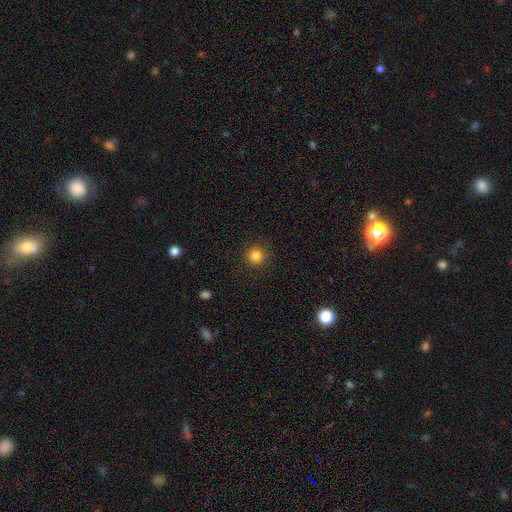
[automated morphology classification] Smooth or featured?
  - smooth: 84% *
  - star or artifact: 12%
  - featured or disk: 4%
How rounded?
  - round: 95% *
  - in between: 5%
  - cigar-shaped: 1%
Merging?
  - none: 91% *
  - minor disturbance: 6%
  - major disturbance: 2%
  - merger: 1%